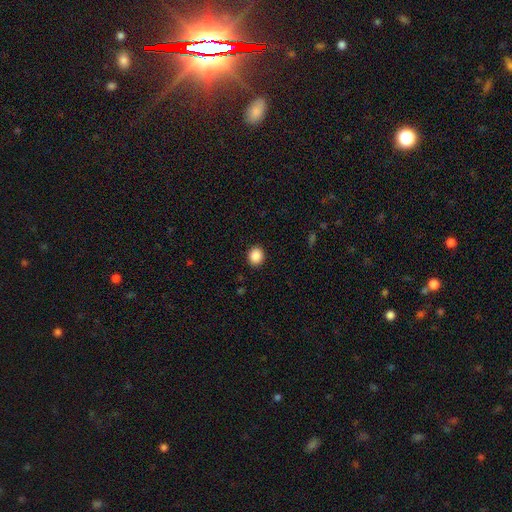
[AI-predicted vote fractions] Smooth or featured? smooth (88%)
How rounded? round (76%)
Merging? none (92%)